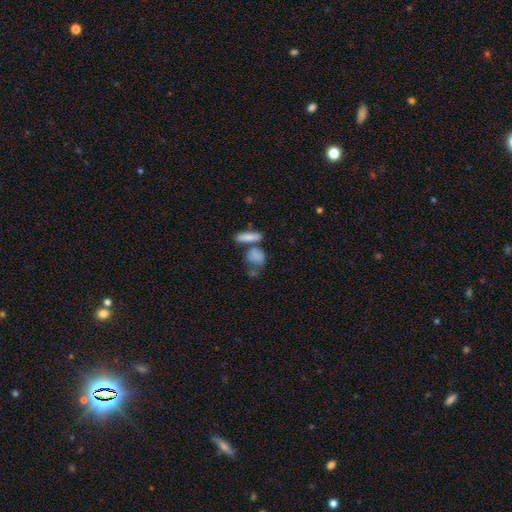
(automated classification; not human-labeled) This is likely a smooth galaxy (77%). How rounded: possibly in between (57%). Merging: marginally none (40%).